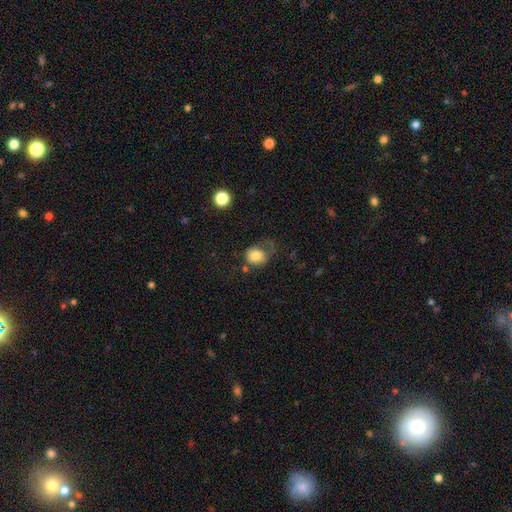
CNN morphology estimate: Overall: smooth (80%). How rounded: round (73%). Merging: none (46%; minor disturbance 25%).